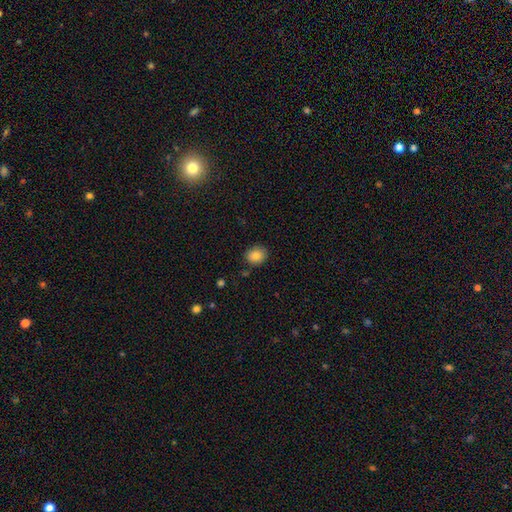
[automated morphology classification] smooth_or_featured: smooth (p=0.83) [alt: star or artifact p=0.09]
how_rounded: round (p=0.60) [alt: in between p=0.39]
merging: none (p=0.85) [alt: minor disturbance p=0.11]